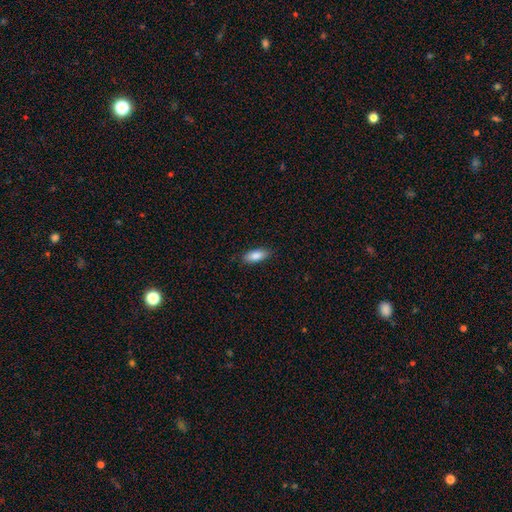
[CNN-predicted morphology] This appears to be a smooth galaxy with no disk features (86%) that is in between round and cigar-shaped (80%). Merging: none (87%).